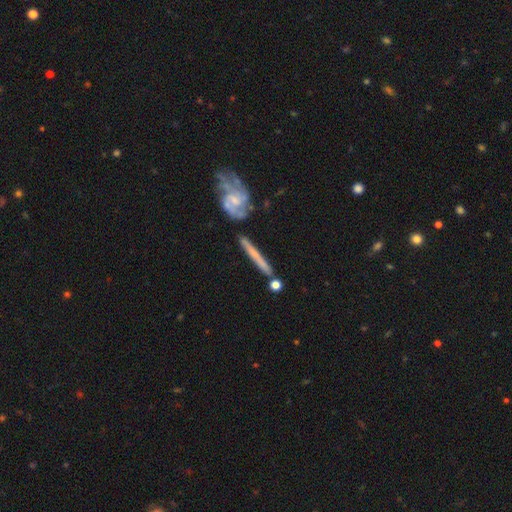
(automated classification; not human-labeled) smooth_or_featured: featured or disk (p=0.53) [alt: smooth p=0.39]
disk_edge_on: yes (p=0.78) [alt: no p=0.22]
merging: none (p=0.72) [alt: minor disturbance p=0.14]